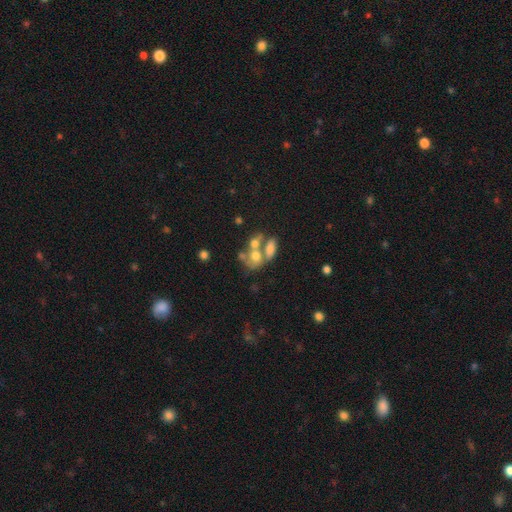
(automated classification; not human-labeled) smooth 58%, featured or disk 30%, star or artifact 12%. Down the decision tree: how rounded — in between (69%); merging — merger (59%).